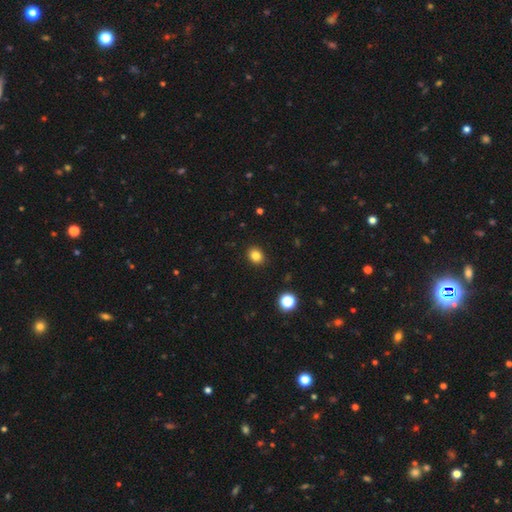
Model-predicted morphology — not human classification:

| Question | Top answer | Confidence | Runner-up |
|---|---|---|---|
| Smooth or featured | smooth | 83% | star or artifact (12%) |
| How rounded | round | 56% | in between (43%) |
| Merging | none | 90% | minor disturbance (7%) |